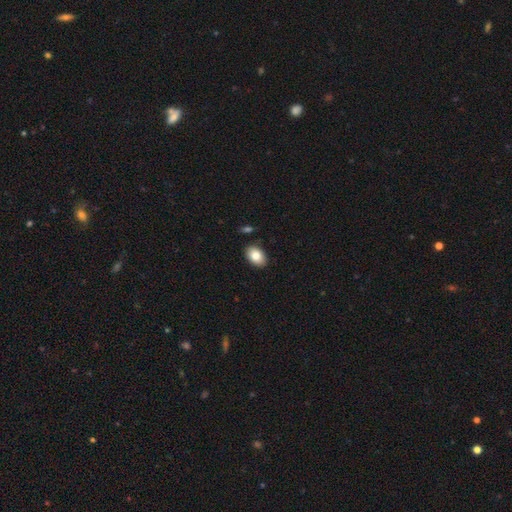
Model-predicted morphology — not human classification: This appears to be a smooth galaxy with no disk features (83%) that is in between round and cigar-shaped (86%). Merging: none (86%).